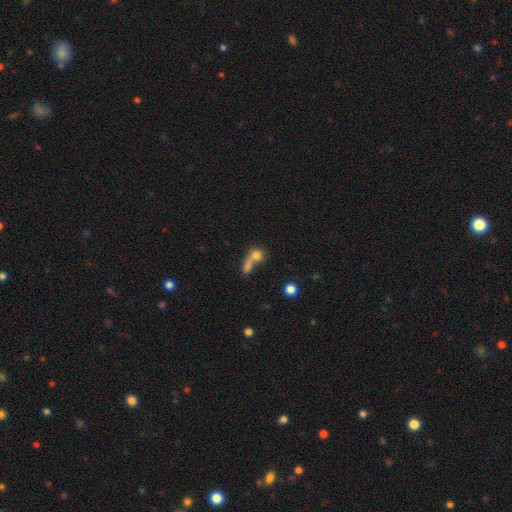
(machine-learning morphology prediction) Smooth or featured? Predicted: smooth (p=0.73). How rounded? Predicted: round (p=0.63). Merging? Predicted: merger (p=0.58).